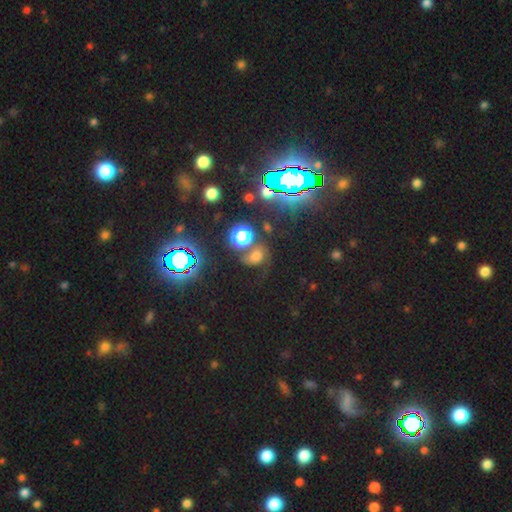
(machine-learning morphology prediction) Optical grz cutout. It shows a smooth galaxy with no disk features (44%). Merging: none (48%).